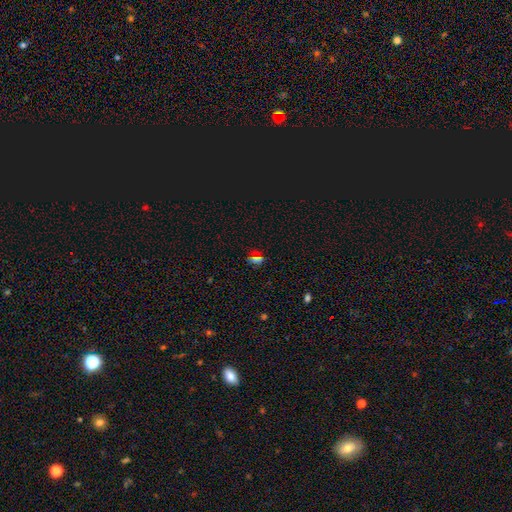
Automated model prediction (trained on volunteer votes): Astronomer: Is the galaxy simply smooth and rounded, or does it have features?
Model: smooth — 51% (runner-up: star or artifact, 39%).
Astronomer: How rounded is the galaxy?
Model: in between — 55% (runner-up: round, 32%).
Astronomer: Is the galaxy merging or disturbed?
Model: none — 77%.